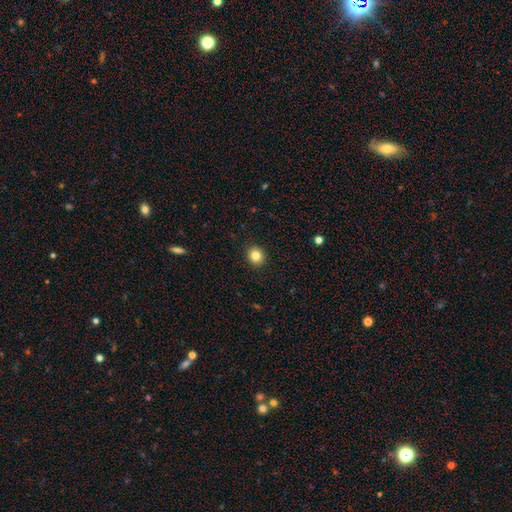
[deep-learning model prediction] This appears to be a smooth galaxy with no disk features (84%) that is round (83%). Merging: none (92%).